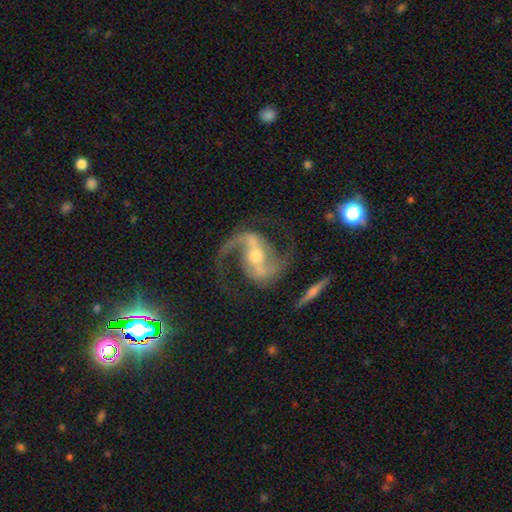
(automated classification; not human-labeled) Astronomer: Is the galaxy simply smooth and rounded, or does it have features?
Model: featured or disk — 92%.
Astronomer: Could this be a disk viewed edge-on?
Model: no — 97%.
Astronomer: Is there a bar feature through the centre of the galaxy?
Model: strong — 58%.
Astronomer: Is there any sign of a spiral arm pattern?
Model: yes — 98%.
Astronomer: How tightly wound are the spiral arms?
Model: medium — 56% (runner-up: loose, 33%).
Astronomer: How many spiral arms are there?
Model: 2 — 93%.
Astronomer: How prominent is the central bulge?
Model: moderate — 50% (runner-up: small, 45%).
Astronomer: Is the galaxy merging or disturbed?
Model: none — 78%.